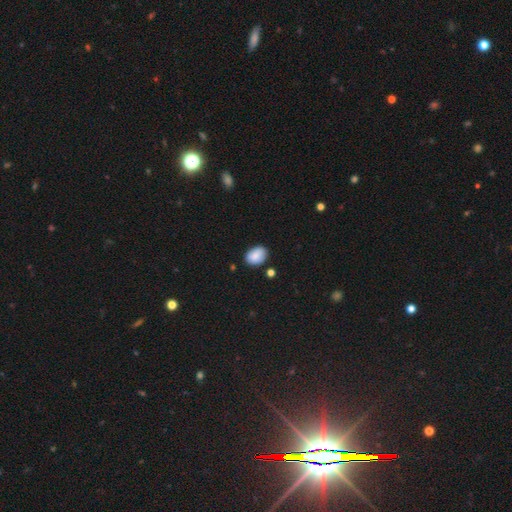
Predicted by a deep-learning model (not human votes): Smooth or featured: smooth — 87% (star or artifact — 7%)
How rounded: in between — 77% (round — 22%)
Merging: none — 77% (minor disturbance — 16%)